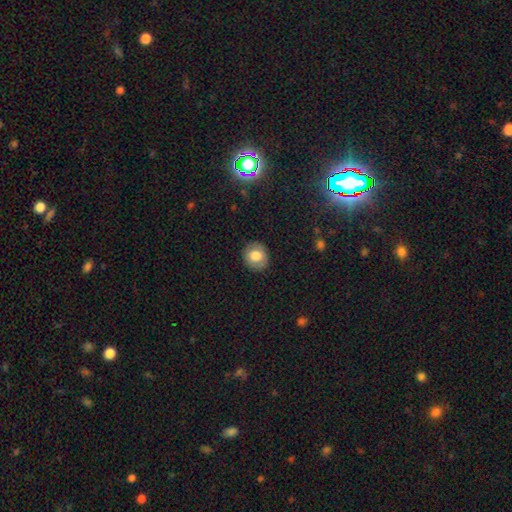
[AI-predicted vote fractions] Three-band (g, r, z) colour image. It shows a smooth galaxy with no disk features (75%) that is round (78%). Merging: none (87%).